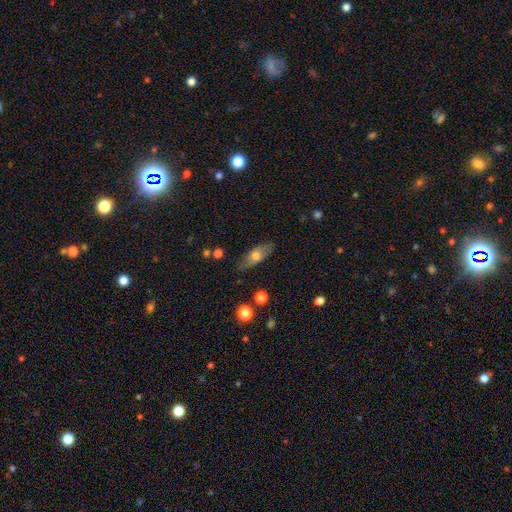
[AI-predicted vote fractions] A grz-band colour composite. It shows a smooth galaxy with no disk features (63%) that is in between round and cigar-shaped (70%). Merging: none (80%).